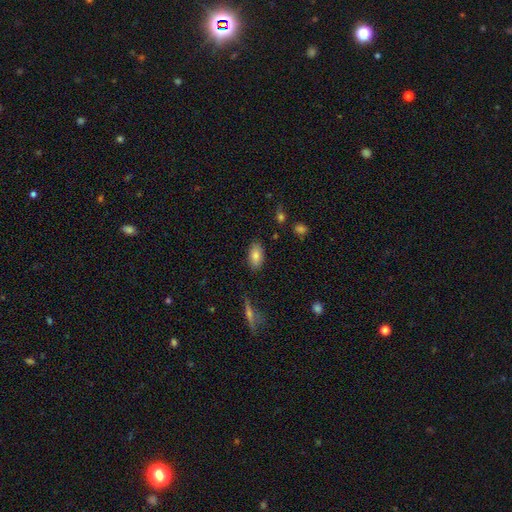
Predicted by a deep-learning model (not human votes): smooth-or-featured: smooth: 81% | featured or disk: 11% | star or artifact: 8%
  how-rounded: in between: 92% | round: 4% | cigar-shaped: 4%
  merging: none: 84% | minor disturbance: 12% | major disturbance: 3% | merger: 2%